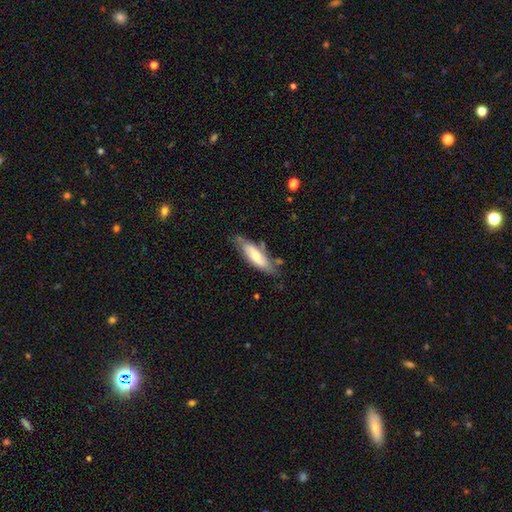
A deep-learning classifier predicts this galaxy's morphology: smooth-or-featured: smooth: 54% | featured or disk: 40% | star or artifact: 6%
  how-rounded: in between: 54% | cigar-shaped: 44% | round: 2%
  merging: none: 64% | minor disturbance: 24% | major disturbance: 6% | merger: 6%